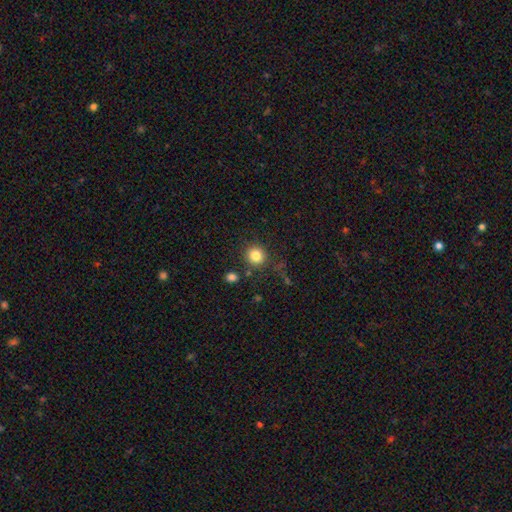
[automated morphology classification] smooth-or-featured: smooth: 83% | star or artifact: 11% | featured or disk: 6%
  how-rounded: round: 91% | in between: 8% | cigar-shaped: 1%
  merging: none: 84% | minor disturbance: 8% | merger: 4% | major disturbance: 3%